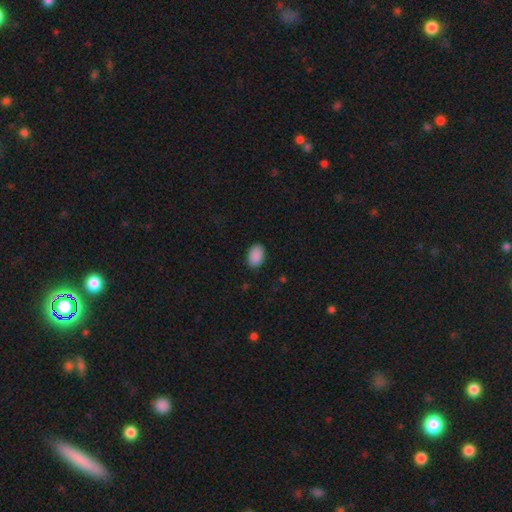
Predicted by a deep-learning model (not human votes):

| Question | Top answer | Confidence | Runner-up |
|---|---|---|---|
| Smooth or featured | smooth | 90% | star or artifact (7%) |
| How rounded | in between | 87% | round (12%) |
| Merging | none | 89% | minor disturbance (8%) |